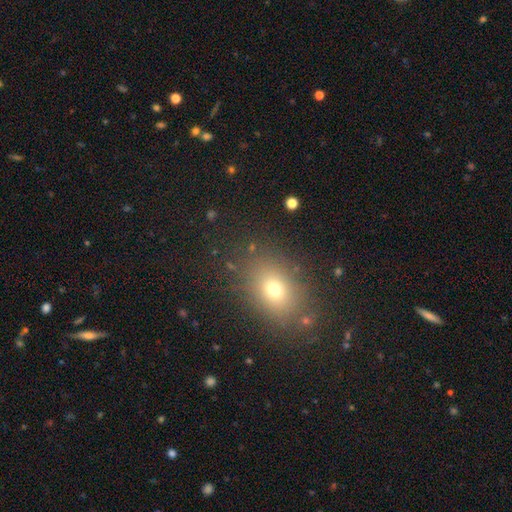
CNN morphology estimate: smooth-or-featured: smooth: 63% | star or artifact: 27% | featured or disk: 10%
  how-rounded: in between: 61% | round: 37% | cigar-shaped: 2%
  merging: none: 86% | minor disturbance: 9% | major disturbance: 3% | merger: 2%